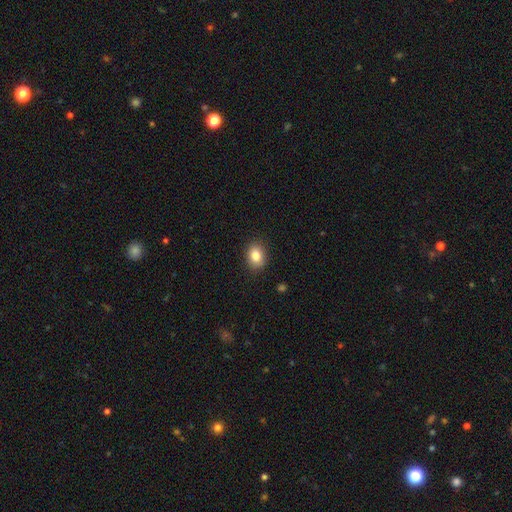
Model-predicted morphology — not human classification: Smooth or featured?
  - smooth: 84% *
  - star or artifact: 9%
  - featured or disk: 7%
How rounded?
  - in between: 62% *
  - round: 37%
  - cigar-shaped: 1%
Merging?
  - none: 88% *
  - minor disturbance: 9%
  - major disturbance: 2%
  - merger: 1%